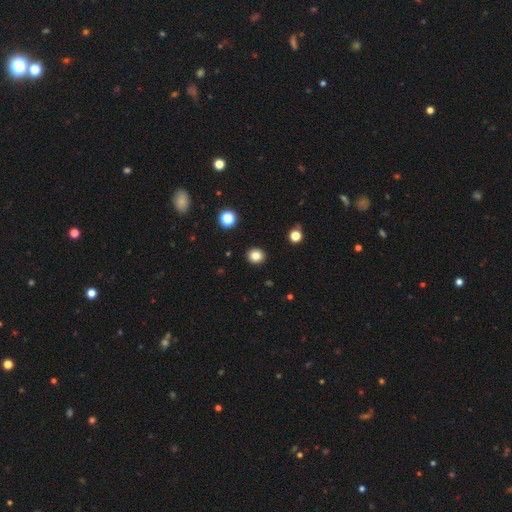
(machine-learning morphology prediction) Smooth or featured: smooth — 82% (star or artifact — 12%)
How rounded: round — 86% (in between — 13%)
Merging: none — 92% (minor disturbance — 5%)